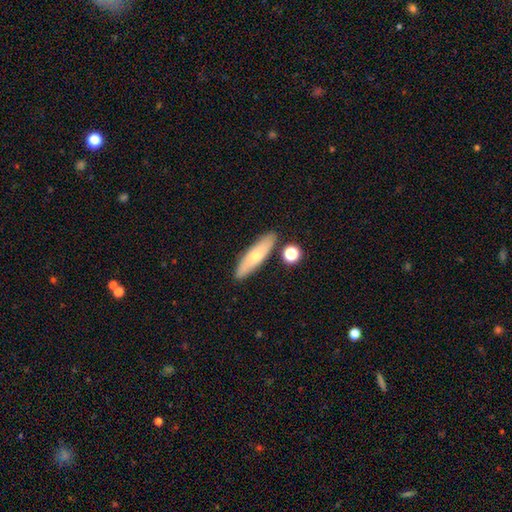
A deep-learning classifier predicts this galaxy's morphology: This appears to be a smooth galaxy with no disk features (60%) that is cigar-shaped (67%). Merging: none (83%).